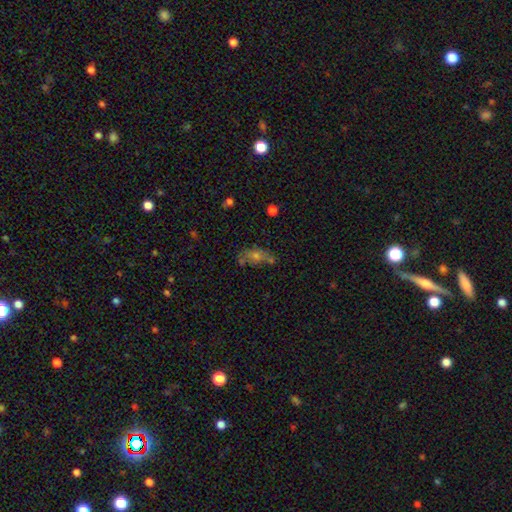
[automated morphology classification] Smooth or featured? smooth (56%)
How rounded? in between (72%)
Merging? none (50%)